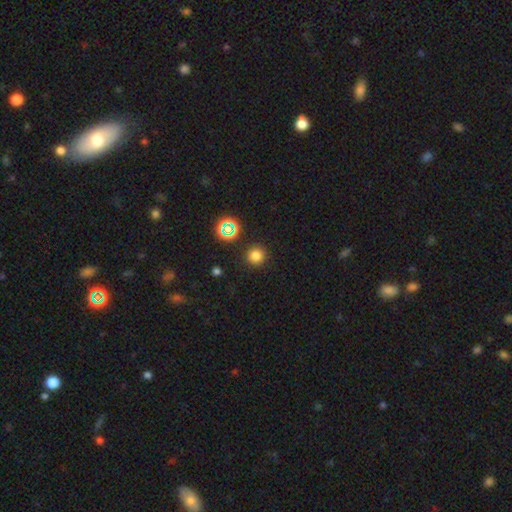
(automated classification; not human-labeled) A smooth galaxy with no disk features (77%) that is round (94%).

Vote fractions:
- Smooth or featured? smooth: 77% / star or artifact: 18% / featured or disk: 5%
- How rounded? round: 94% / in between: 5% / cigar-shaped: 1%
- Merging? none: 90% / minor disturbance: 6% / major disturbance: 3% / merger: 2%